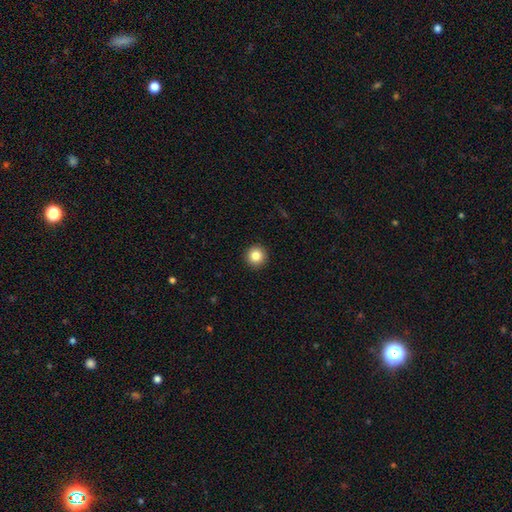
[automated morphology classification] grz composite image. It shows a smooth galaxy with no disk features (85%) that is round (96%). Merging: none (93%).